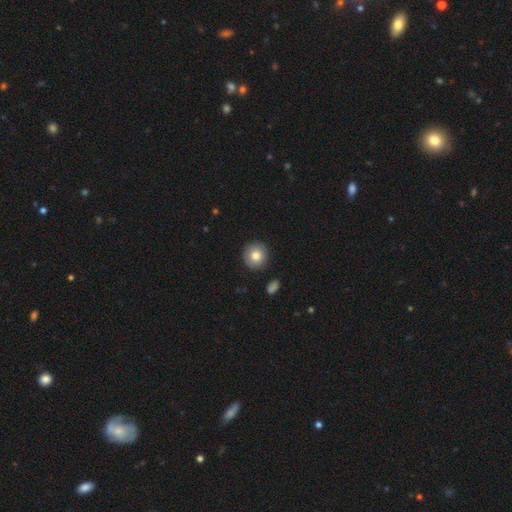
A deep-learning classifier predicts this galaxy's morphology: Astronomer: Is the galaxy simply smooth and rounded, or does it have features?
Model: smooth — 78%.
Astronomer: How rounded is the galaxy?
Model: round — 92%.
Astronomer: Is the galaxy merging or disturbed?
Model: none — 89%.